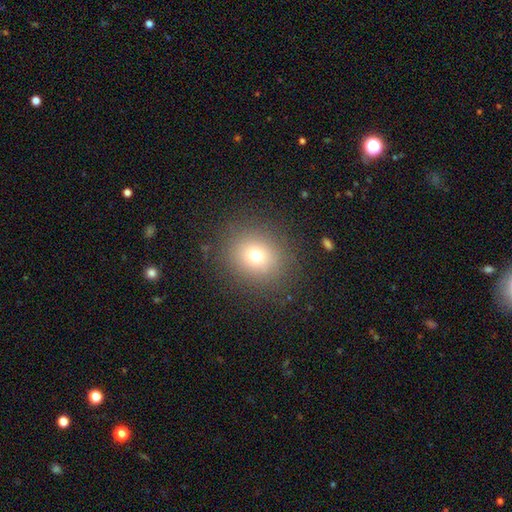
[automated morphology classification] This is likely a smooth galaxy (71%). How rounded: clearly round (83%). Merging: clearly none (86%).